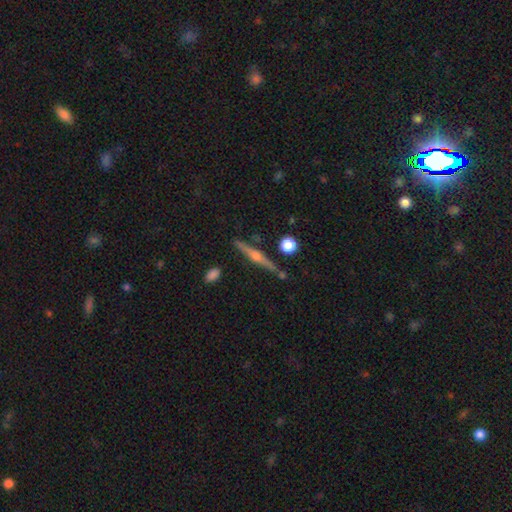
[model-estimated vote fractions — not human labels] Smooth or featured: featured or disk — 76% (smooth — 17%)
Edge-on disk: yes — 98% (no — 2%)
Edge-on bulge: rounded — 86% (boxy — 9%)
Merging: none — 86% (minor disturbance — 9%)